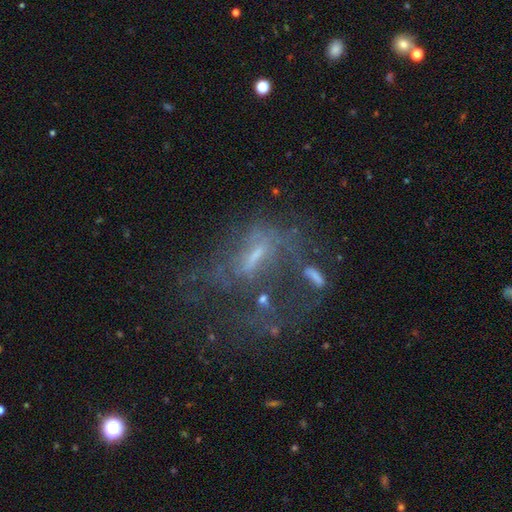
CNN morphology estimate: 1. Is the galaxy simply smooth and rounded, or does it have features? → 61% featured or disk, 20% smooth, 19% star or artifact.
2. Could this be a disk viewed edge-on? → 87% no, 13% yes.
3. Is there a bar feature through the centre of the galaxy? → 37% weak, 32% no, 31% strong.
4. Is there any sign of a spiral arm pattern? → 65% no, 35% yes.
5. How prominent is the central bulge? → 45% small, 26% moderate, 24% none, 4% large, 1% dominant.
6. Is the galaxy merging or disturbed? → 41% major disturbance, 29% none, 16% merger, 15% minor disturbance.